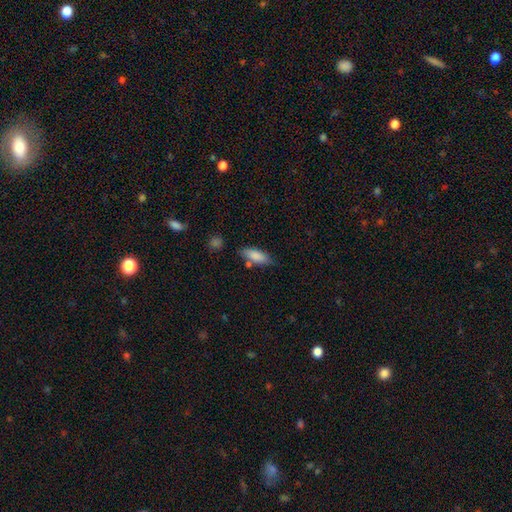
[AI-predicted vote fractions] smooth-or-featured: smooth: 84% | featured or disk: 9% | star or artifact: 7%
  how-rounded: in between: 67% | cigar-shaped: 31% | round: 2%
  merging: none: 72% | minor disturbance: 16% | merger: 7% | major disturbance: 4%